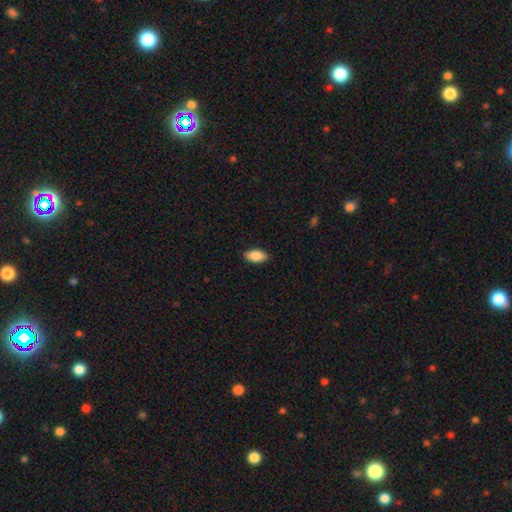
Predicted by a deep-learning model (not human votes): A smooth galaxy with no disk features (86%) that is in between round and cigar-shaped (91%).

Vote fractions:
- Smooth or featured? smooth: 86% / featured or disk: 7% / star or artifact: 6%
- How rounded? in between: 91% / cigar-shaped: 6% / round: 3%
- Merging? none: 88% / minor disturbance: 9% / major disturbance: 2% / merger: 1%